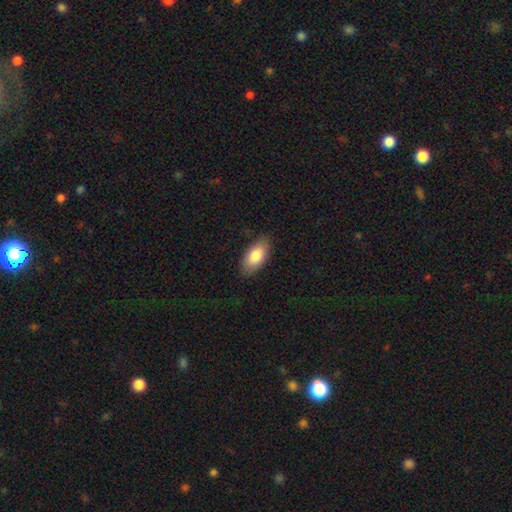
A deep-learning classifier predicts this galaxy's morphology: type=smooth (83%); roundness=in between (93%); merging=none (86%).